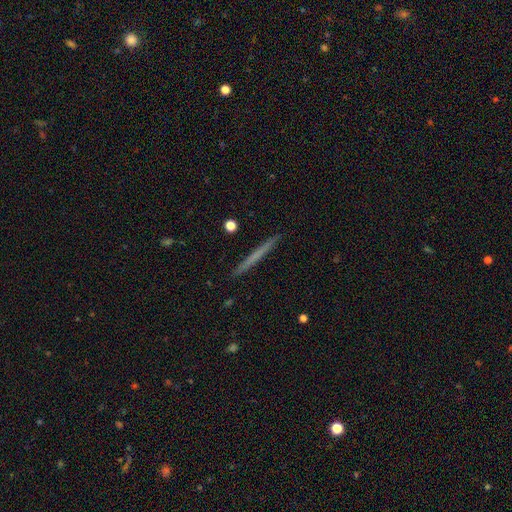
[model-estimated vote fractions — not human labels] smooth 52%, featured or disk 42%, star or artifact 6%. Down the decision tree: how rounded — cigar-shaped (97%); merging — none (92%).